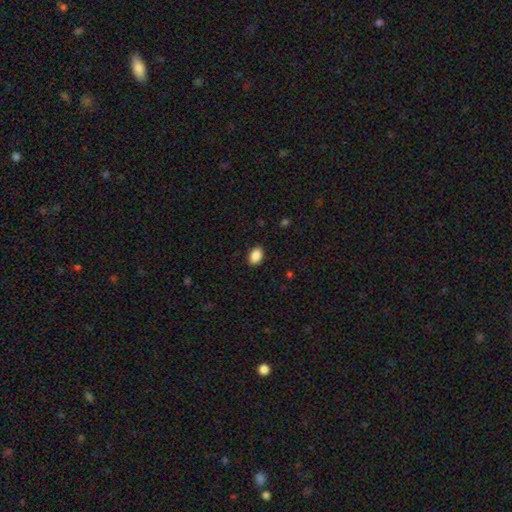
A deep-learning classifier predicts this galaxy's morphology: Smooth or featured? smooth (89%)
How rounded? in between (87%)
Merging? none (89%)